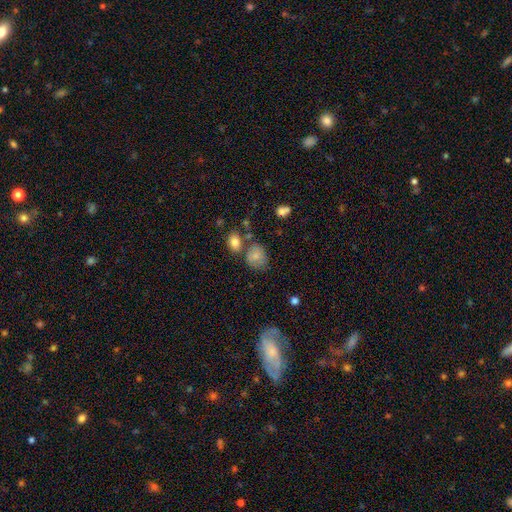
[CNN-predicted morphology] smooth-or-featured: smooth: 76% | featured or disk: 14% | star or artifact: 10%
  how-rounded: round: 64% | in between: 36% | cigar-shaped: 1%
  merging: none: 58% | minor disturbance: 19% | merger: 17% | major disturbance: 7%